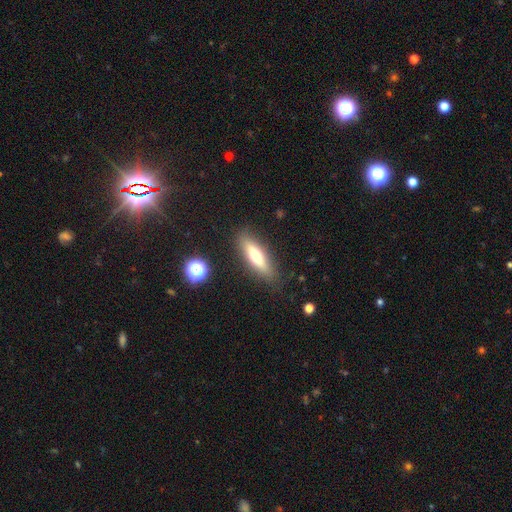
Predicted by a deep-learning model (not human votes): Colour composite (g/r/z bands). It shows a smooth galaxy with no disk features (53%) that is cigar-shaped (66%). Merging: none (85%).